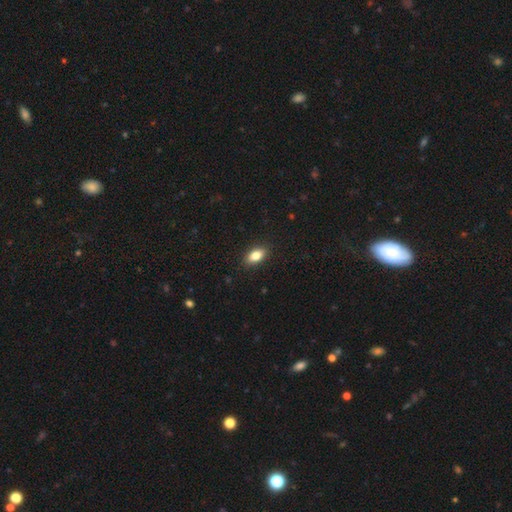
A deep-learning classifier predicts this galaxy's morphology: smooth-or-featured: smooth: 84% | featured or disk: 9% | star or artifact: 8%
  how-rounded: in between: 88% | round: 6% | cigar-shaped: 5%
  merging: none: 89% | minor disturbance: 8% | major disturbance: 2% | merger: 1%